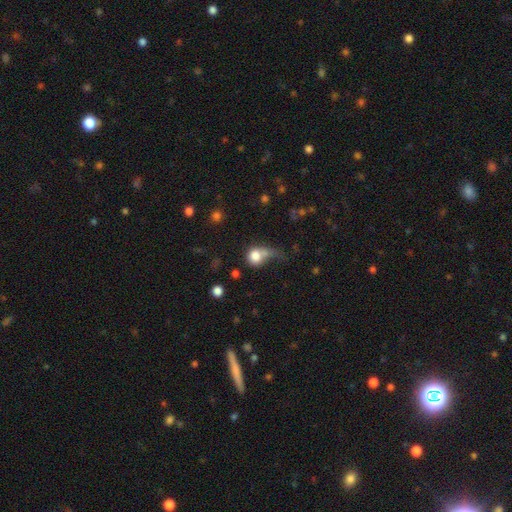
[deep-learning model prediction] A smooth galaxy with no disk features (78%) that is round (76%). Merging: merger (29%).